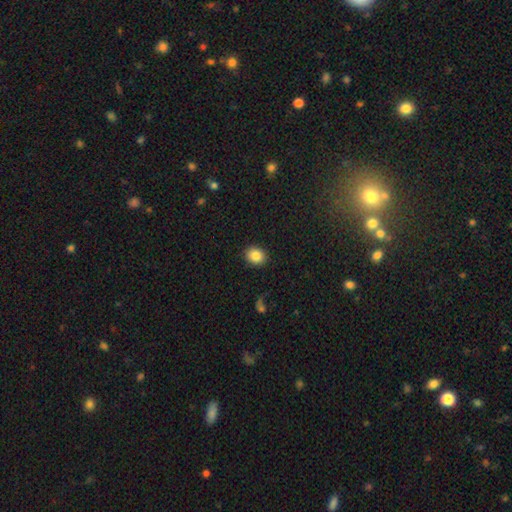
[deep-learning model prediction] Smooth or featured? smooth (85%)
How rounded? round (58%)
Merging? none (90%)